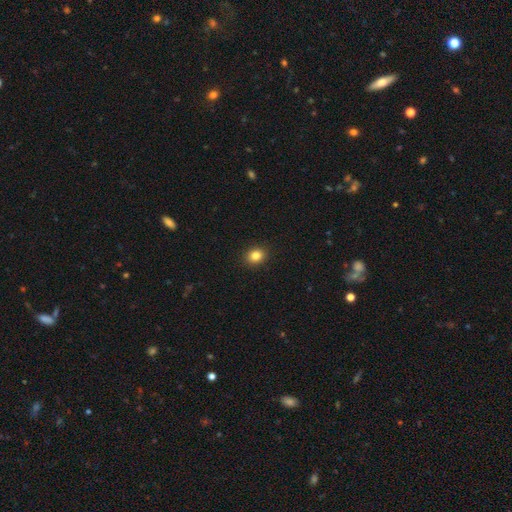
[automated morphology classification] smooth 84%, star or artifact 11%, featured or disk 5%. Down the decision tree: how rounded — round (62%); merging — none (92%).